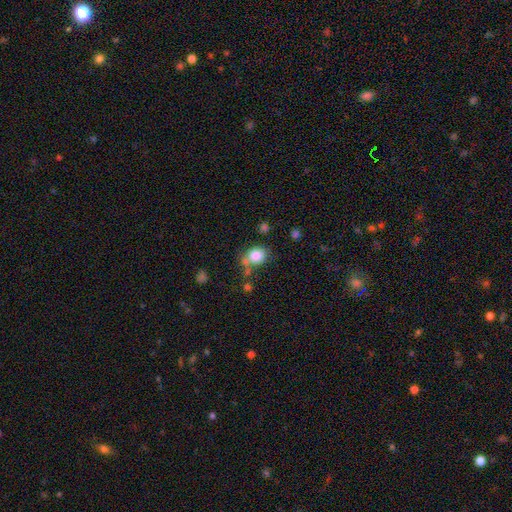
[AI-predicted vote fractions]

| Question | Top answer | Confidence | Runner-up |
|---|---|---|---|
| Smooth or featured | smooth | 83% | star or artifact (10%) |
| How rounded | round | 69% | in between (30%) |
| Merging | none | 57% | merger (20%) |